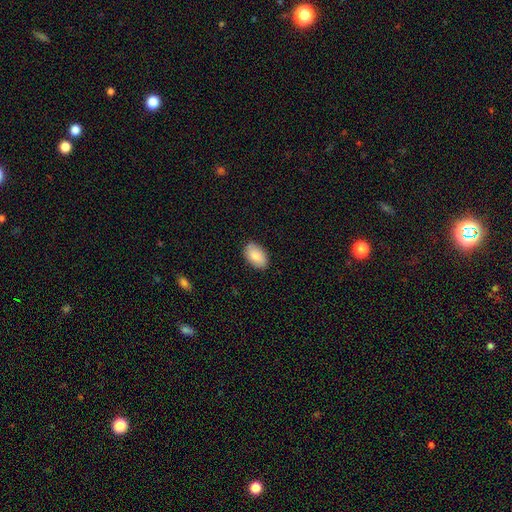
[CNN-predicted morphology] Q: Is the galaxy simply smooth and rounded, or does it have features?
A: smooth — 83%.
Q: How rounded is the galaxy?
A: in between — 93%.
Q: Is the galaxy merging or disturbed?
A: none — 87%.